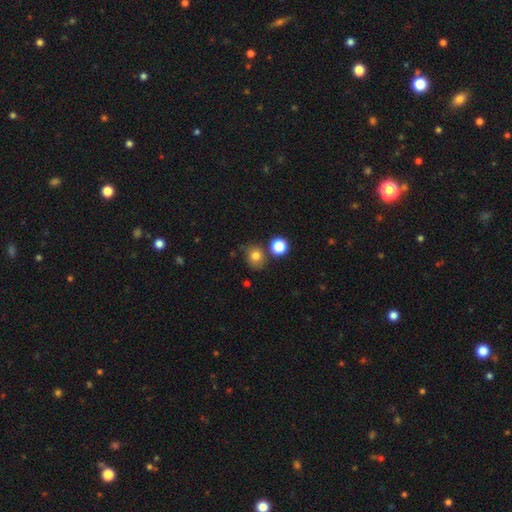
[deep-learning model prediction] This appears to be a smooth galaxy with no disk features (79%) that is round (73%). Merging: none (70%).